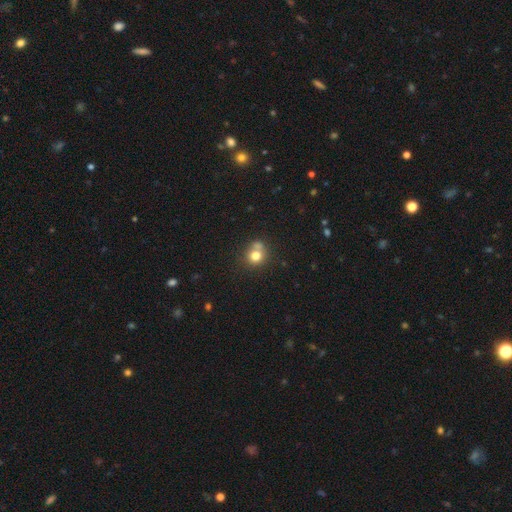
Smooth or featured? 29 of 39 (74%) said smooth. How rounded? 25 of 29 (86%) said round. Merging? 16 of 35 (46%) said none.